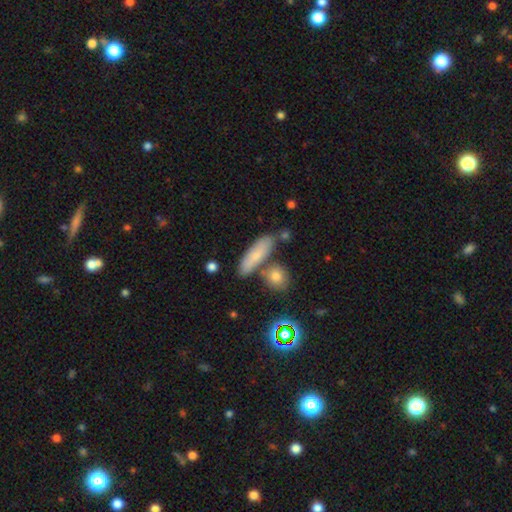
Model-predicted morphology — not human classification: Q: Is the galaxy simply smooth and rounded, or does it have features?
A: smooth — 72%.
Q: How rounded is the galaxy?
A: cigar-shaped — 50%.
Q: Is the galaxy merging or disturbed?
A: none — 69%.